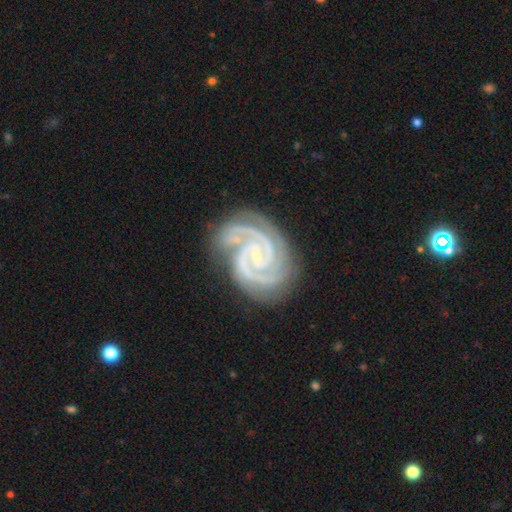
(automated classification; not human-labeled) Smooth or featured?
  - featured or disk: 94% *
  - star or artifact: 4%
  - smooth: 2%
Edge-on disk?
  - no: 98% *
  - yes: 2%
Bar?
  - no: 45% *
  - weak: 34%
  - strong: 20%
Spiral arms?
  - yes: 99% *
  - no: 1%
Spiral winding?
  - tight: 76% *
  - medium: 22%
  - loose: 2%
Spiral arm count?
  - 2: 52% *
  - 3: 31%
  - 4: 6%
  - can't tell: 4%
  - more than 4: 3%
  - 1: 3%
Bulge size?
  - small: 82% *
  - moderate: 10%
  - none: 6%
  - large: 1%
  - dominant: 1%
Merging?
  - none: 75% *
  - minor disturbance: 17%
  - major disturbance: 5%
  - merger: 2%